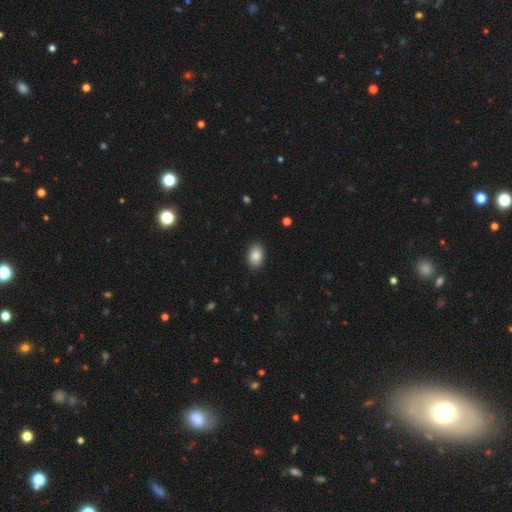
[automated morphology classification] A smooth galaxy with no disk features (87%) that is in between round and cigar-shaped (84%).

Vote fractions:
- Smooth or featured? smooth: 87% / star or artifact: 7% / featured or disk: 5%
- How rounded? in between: 84% / round: 15% / cigar-shaped: 1%
- Merging? none: 89% / minor disturbance: 8% / major disturbance: 2% / merger: 1%